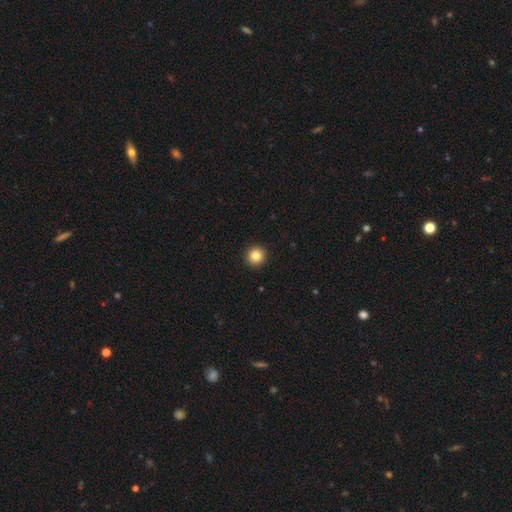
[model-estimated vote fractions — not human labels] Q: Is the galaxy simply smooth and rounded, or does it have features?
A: smooth — 83%.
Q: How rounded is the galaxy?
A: round — 95%.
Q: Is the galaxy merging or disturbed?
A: none — 93%.